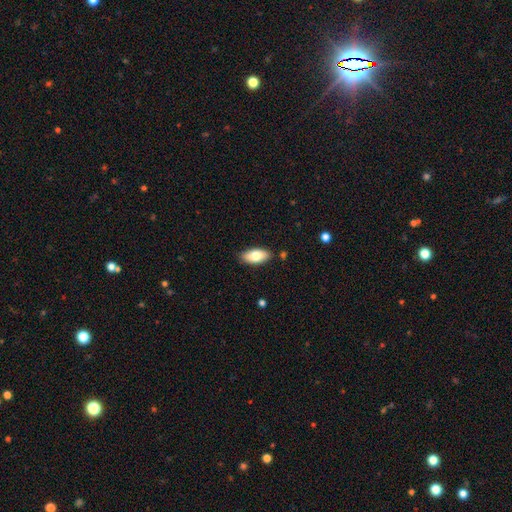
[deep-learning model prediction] smooth-or-featured: smooth: 78% | featured or disk: 16% | star or artifact: 6%
  how-rounded: in between: 89% | cigar-shaped: 8% | round: 2%
  merging: none: 85% | minor disturbance: 11% | merger: 2% | major disturbance: 2%